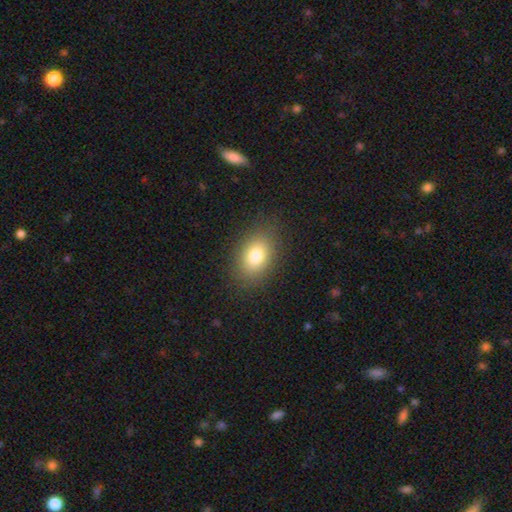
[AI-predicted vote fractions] Smooth or featured: smooth — 79% (star or artifact — 11%)
How rounded: in between — 79% (round — 20%)
Merging: none — 85% (minor disturbance — 10%)